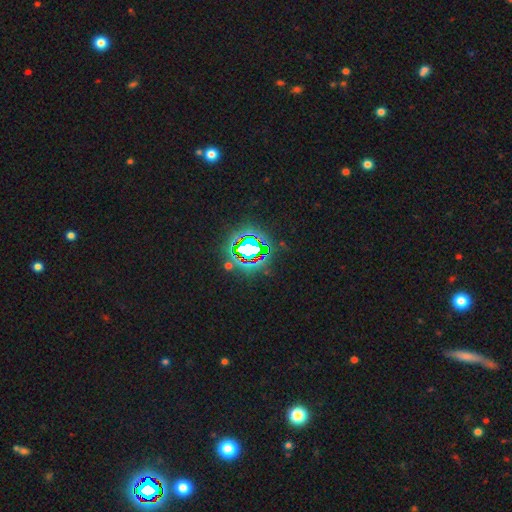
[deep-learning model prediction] Smooth or featured?
  - star or artifact: 75% *
  - smooth: 15%
  - featured or disk: 10%